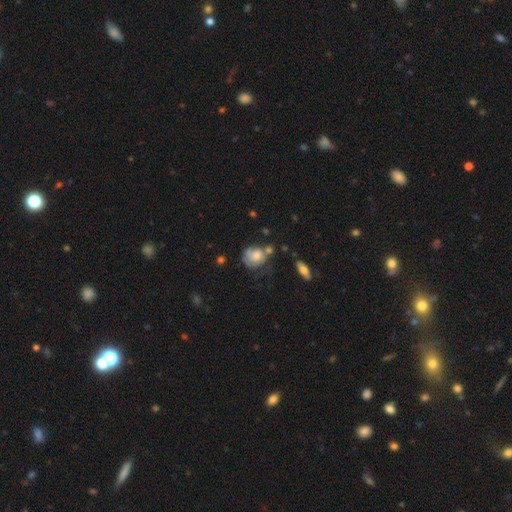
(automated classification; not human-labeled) Q: Smooth or featured?
A: smooth (54%); runner-up: featured or disk (37%)
Q: How rounded?
A: round (59%); runner-up: in between (40%)
Q: Merging?
A: none (39%); runner-up: minor disturbance (28%)